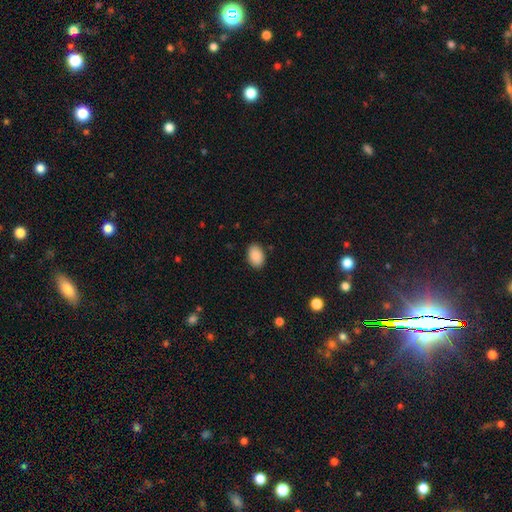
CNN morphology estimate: Smooth or featured?
  - smooth: 90% *
  - star or artifact: 7%
  - featured or disk: 3%
How rounded?
  - in between: 85% *
  - round: 14%
  - cigar-shaped: 1%
Merging?
  - none: 88% *
  - minor disturbance: 9%
  - major disturbance: 2%
  - merger: 1%